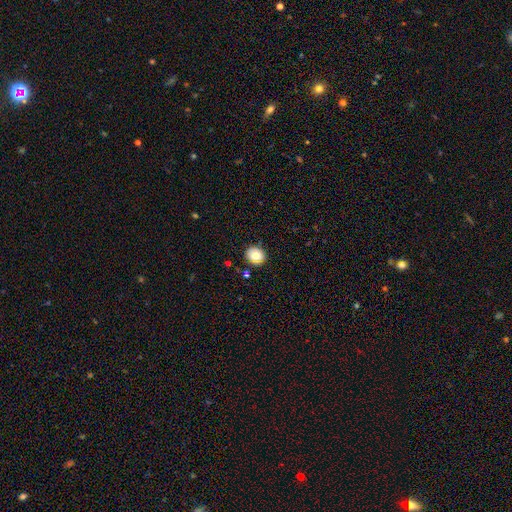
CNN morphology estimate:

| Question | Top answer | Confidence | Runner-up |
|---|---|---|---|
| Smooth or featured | smooth | 73% | featured or disk (16%) |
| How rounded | round | 76% | in between (24%) |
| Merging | none | 83% | minor disturbance (11%) |